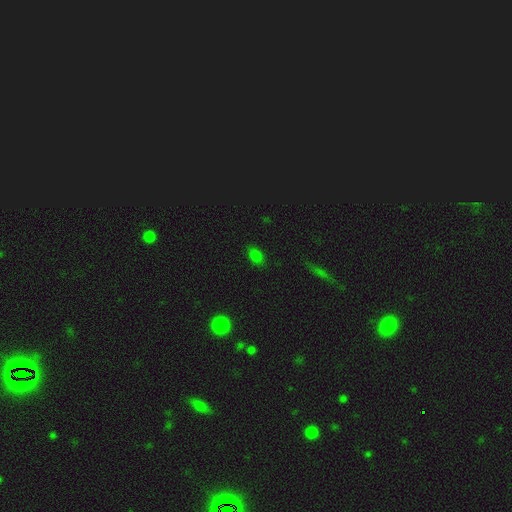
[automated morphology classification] A smooth galaxy with no disk features (75%) that is in between round and cigar-shaped (81%). Merging: none (83%).